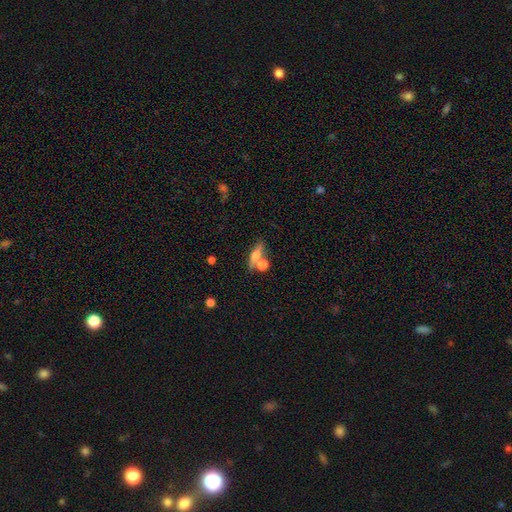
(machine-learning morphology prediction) A smooth galaxy with no disk features (52%) that is cigar-shaped (48%).

Vote fractions:
- Smooth or featured? smooth: 52% / featured or disk: 38% / star or artifact: 10%
- How rounded? cigar-shaped: 48% / in between: 38% / round: 14%
- Merging? none: 58% / merger: 25% / minor disturbance: 12% / major disturbance: 5%